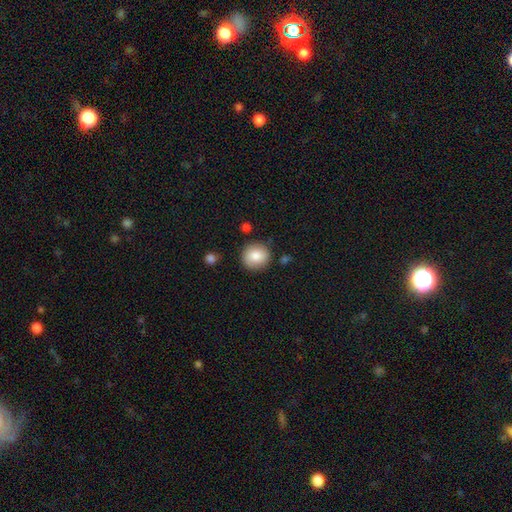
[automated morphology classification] Q: Smooth or featured?
A: smooth (84%); runner-up: featured or disk (8%)
Q: How rounded?
A: round (88%); runner-up: in between (11%)
Q: Merging?
A: none (84%); runner-up: minor disturbance (10%)